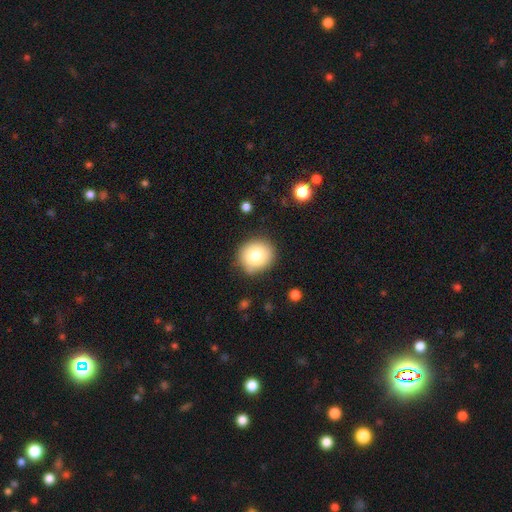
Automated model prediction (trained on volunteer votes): smooth_or_featured: smooth (p=0.80) [alt: featured or disk p=0.11]
how_rounded: round (p=0.81) [alt: in between p=0.18]
merging: none (p=0.83) [alt: minor disturbance p=0.12]